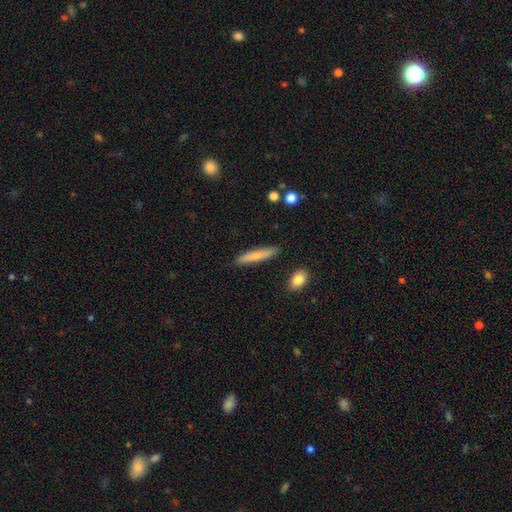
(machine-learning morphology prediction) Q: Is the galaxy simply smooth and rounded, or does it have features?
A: smooth — 75%.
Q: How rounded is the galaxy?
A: cigar-shaped — 90%.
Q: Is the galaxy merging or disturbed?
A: none — 88%.